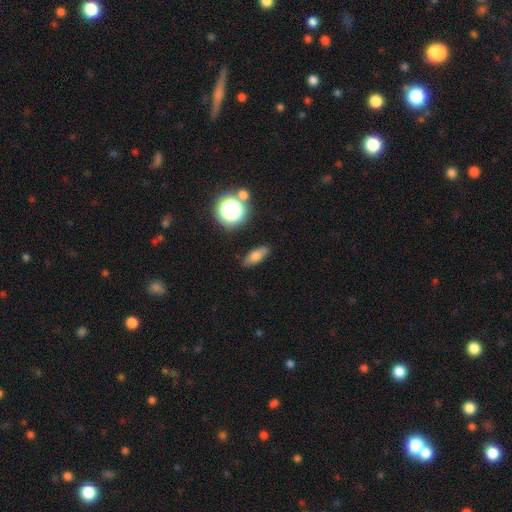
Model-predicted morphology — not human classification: This is likely a smooth galaxy (68%). How rounded: likely in between (67%). Merging: clearly none (85%).